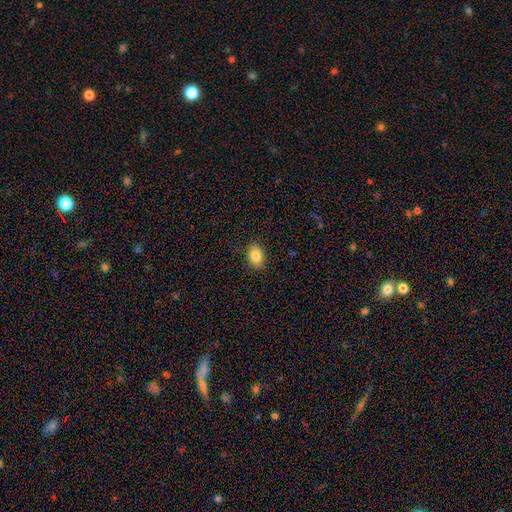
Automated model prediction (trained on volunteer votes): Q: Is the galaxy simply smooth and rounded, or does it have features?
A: smooth — 85%.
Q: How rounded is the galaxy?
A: in between — 80%.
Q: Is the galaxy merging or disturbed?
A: none — 88%.